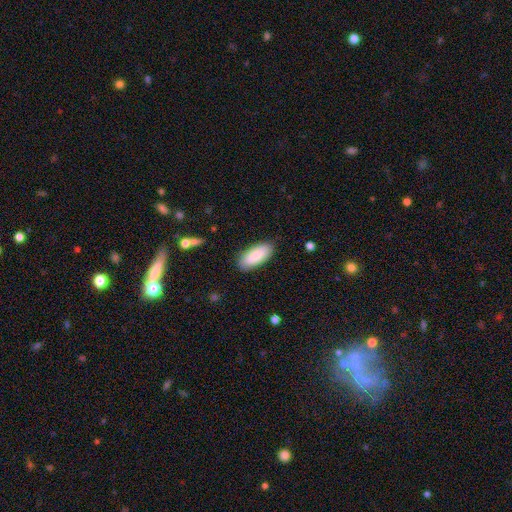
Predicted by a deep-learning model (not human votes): The model was most divided on "how rounded": in between: 84%, cigar-shaped: 14%, round: 2%. More confident: merging — none (86%); smooth or featured — smooth (85%).